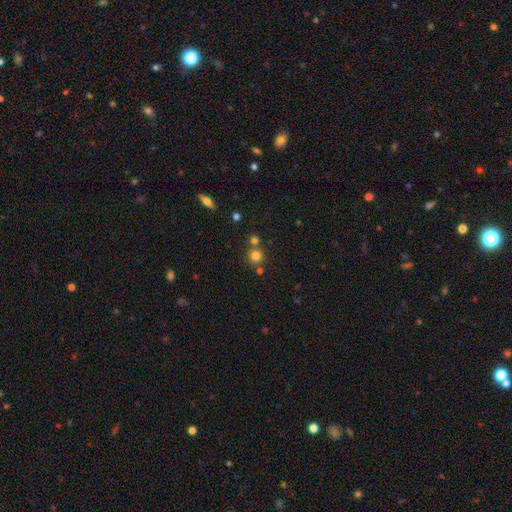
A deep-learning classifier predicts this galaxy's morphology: A smooth galaxy with no disk features (77%) that is round (93%).

Vote fractions:
- Smooth or featured? smooth: 77% / star or artifact: 15% / featured or disk: 7%
- How rounded? round: 93% / in between: 6% / cigar-shaped: 1%
- Merging? none: 70% / merger: 20% / minor disturbance: 7% / major disturbance: 3%